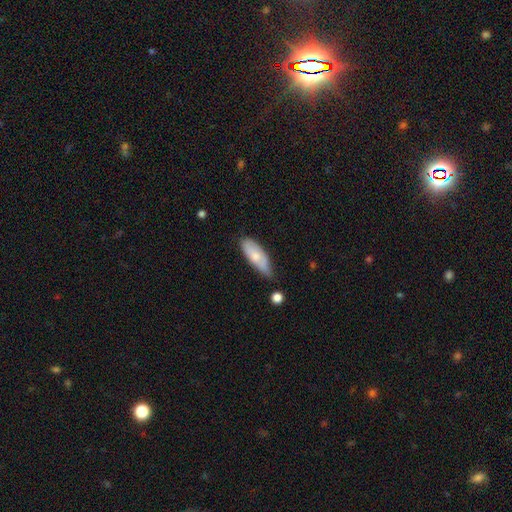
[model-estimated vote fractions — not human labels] smooth_or_featured: smooth (p=0.71) [alt: featured or disk p=0.23]
how_rounded: in between (p=0.70) [alt: cigar-shaped p=0.28]
merging: none (p=0.59) [alt: minor disturbance p=0.32]